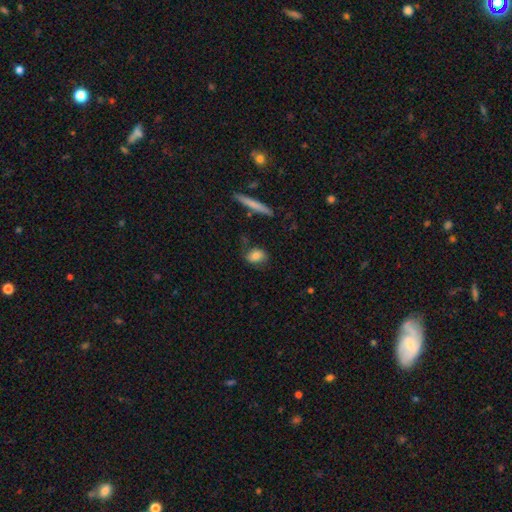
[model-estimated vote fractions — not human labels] Smooth or featured?
  - smooth: 76% *
  - featured or disk: 17%
  - star or artifact: 8%
How rounded?
  - in between: 71% *
  - round: 23%
  - cigar-shaped: 6%
Merging?
  - none: 67% *
  - minor disturbance: 22%
  - major disturbance: 7%
  - merger: 4%